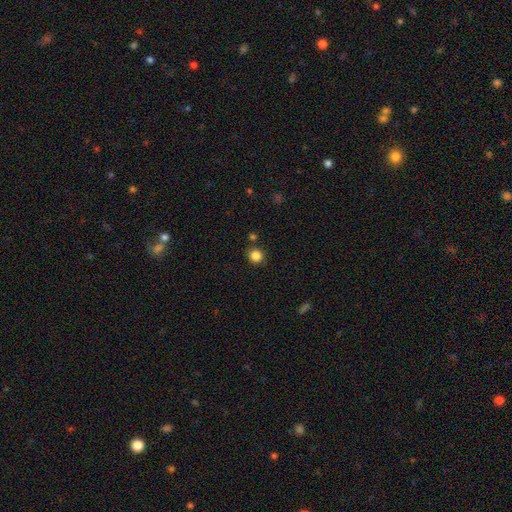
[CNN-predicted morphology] A smooth galaxy with no disk features (85%) that is round (91%).

Vote fractions:
- Smooth or featured? smooth: 85% / star or artifact: 11% / featured or disk: 4%
- How rounded? round: 91% / in between: 8% / cigar-shaped: 1%
- Merging? none: 85% / minor disturbance: 8% / merger: 5% / major disturbance: 3%